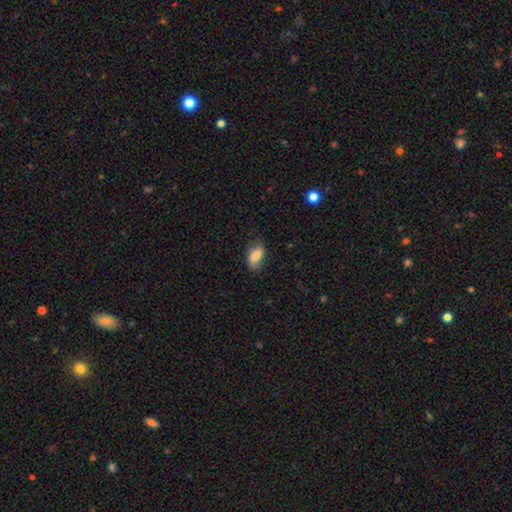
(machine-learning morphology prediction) Smooth or featured?
  - smooth: 78% *
  - featured or disk: 15%
  - star or artifact: 8%
How rounded?
  - in between: 90% *
  - round: 6%
  - cigar-shaped: 4%
Merging?
  - none: 66% *
  - minor disturbance: 25%
  - major disturbance: 7%
  - merger: 1%